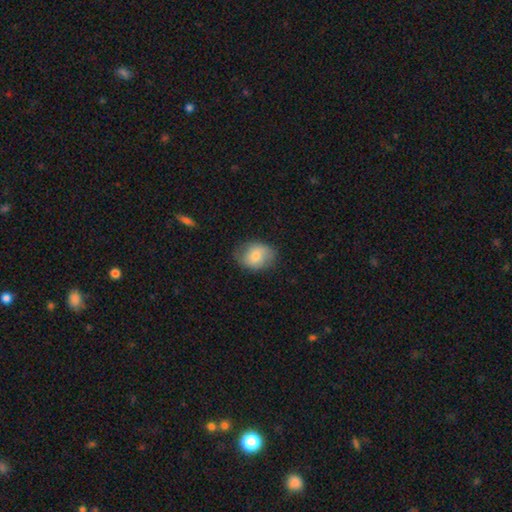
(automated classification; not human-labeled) Overall: smooth (73%). How rounded: in between (56%; round 43%). Merging: none (75%).